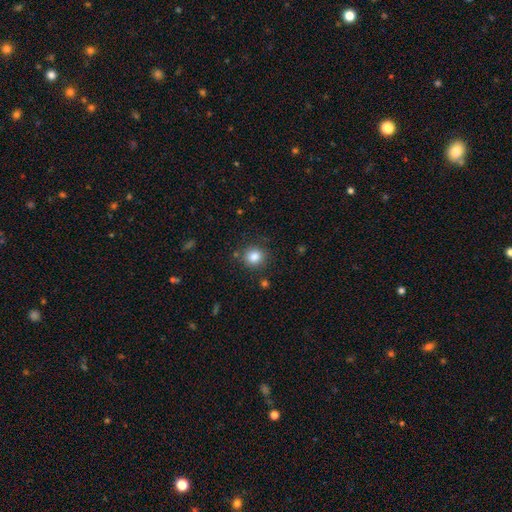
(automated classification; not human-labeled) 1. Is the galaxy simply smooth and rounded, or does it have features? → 84% smooth, 11% star or artifact, 5% featured or disk.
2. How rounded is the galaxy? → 86% round, 13% in between, 1% cigar-shaped.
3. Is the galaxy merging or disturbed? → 84% none, 9% minor disturbance, 3% major disturbance, 3% merger.